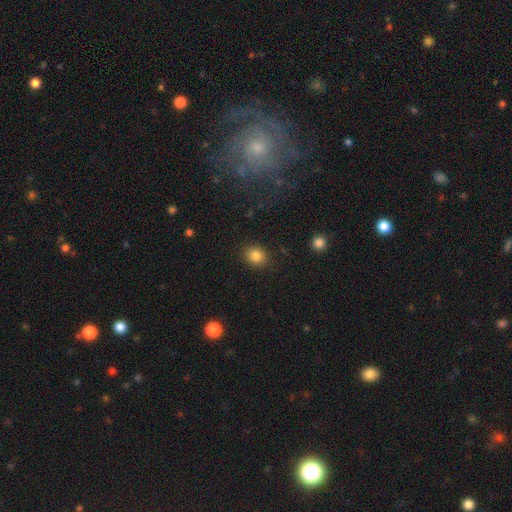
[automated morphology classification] Smooth or featured: smooth — 85% (star or artifact — 10%)
How rounded: round — 62% (in between — 37%)
Merging: none — 88% (minor disturbance — 8%)